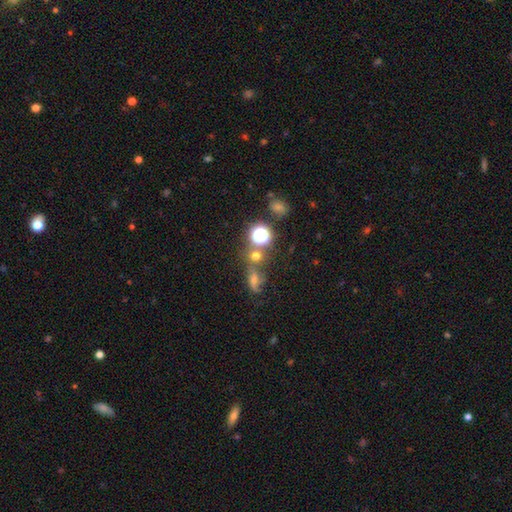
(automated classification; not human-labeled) Smooth or featured?
  - smooth: 53% *
  - star or artifact: 34%
  - featured or disk: 13%
How rounded?
  - round: 79% *
  - in between: 19%
  - cigar-shaped: 3%
Merging?
  - none: 52% *
  - merger: 30%
  - minor disturbance: 10%
  - major disturbance: 7%